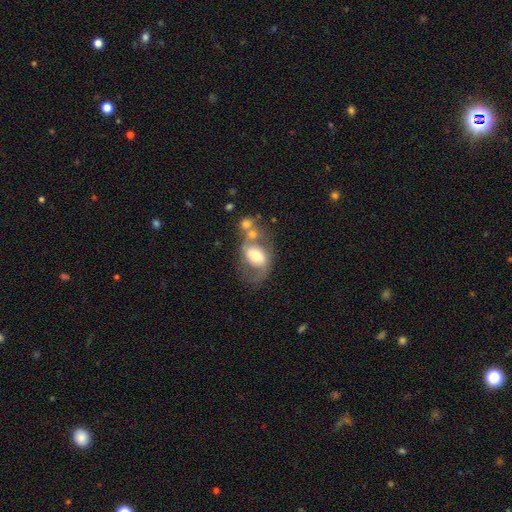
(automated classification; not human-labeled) Smooth or featured: featured or disk — 50% (smooth — 42%)
Edge-on disk: no — 95% (yes — 5%)
Merging: merger — 32% (none — 31%)